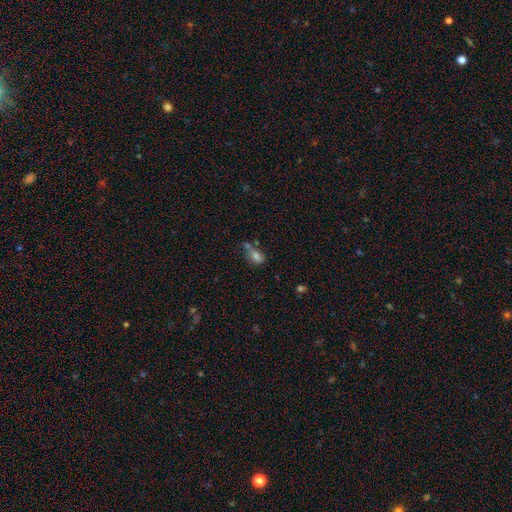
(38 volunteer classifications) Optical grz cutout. It shows a smooth galaxy with no disk features (82%) that is in between round and cigar-shaped (81%). Merging: none (57%).